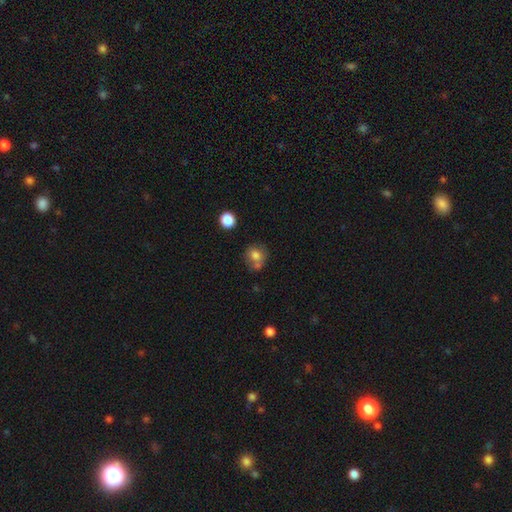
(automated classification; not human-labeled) smooth_or_featured: smooth (p=0.75) [alt: featured or disk p=0.13]
how_rounded: round (p=0.76) [alt: in between p=0.23]
merging: none (p=0.49) [alt: merger p=0.28]